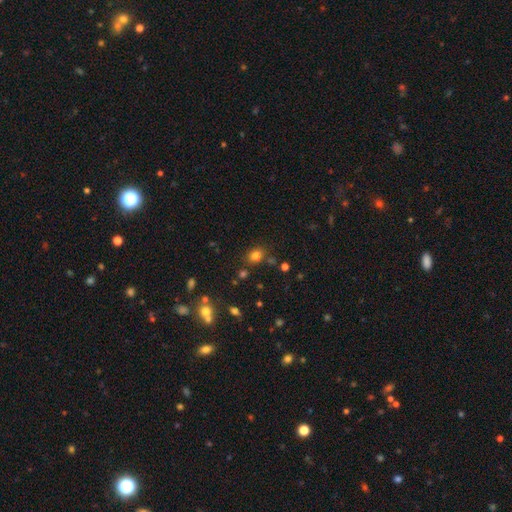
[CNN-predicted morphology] smooth-or-featured: smooth: 76% | star or artifact: 17% | featured or disk: 6%
  how-rounded: in between: 51% | round: 48% | cigar-shaped: 1%
  merging: none: 75% | minor disturbance: 13% | merger: 8% | major disturbance: 4%